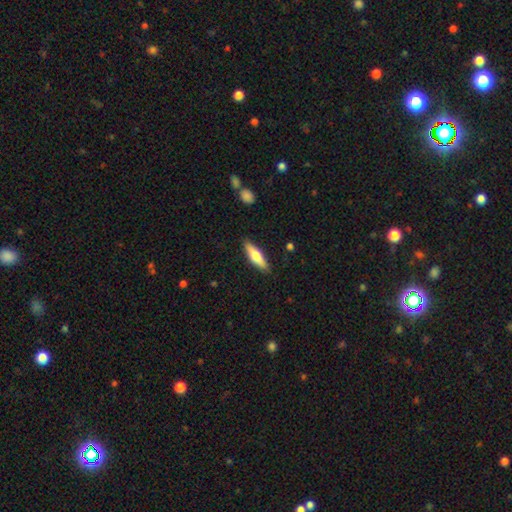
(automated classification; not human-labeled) Overall: smooth (61%; featured or disk 33%). How rounded: cigar-shaped (60%; in between 38%). Merging: none (88%).